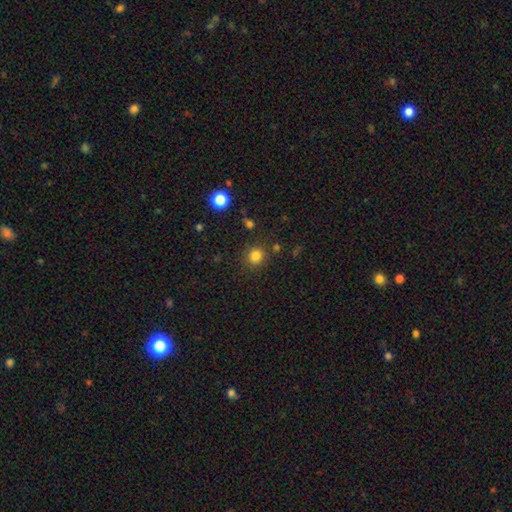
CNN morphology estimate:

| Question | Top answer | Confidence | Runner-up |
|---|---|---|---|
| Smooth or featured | smooth | 82% | star or artifact (13%) |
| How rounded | round | 86% | in between (13%) |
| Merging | none | 84% | minor disturbance (9%) |